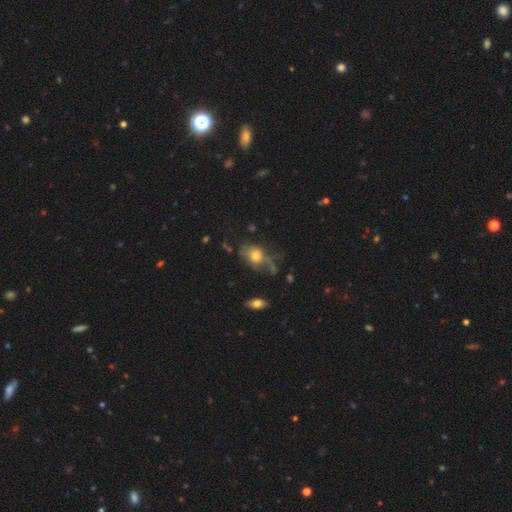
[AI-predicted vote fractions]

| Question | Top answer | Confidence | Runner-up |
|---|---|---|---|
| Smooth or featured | smooth | 64% | featured or disk (23%) |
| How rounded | in between | 63% | round (34%) |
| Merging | none | 49% | minor disturbance (26%) |